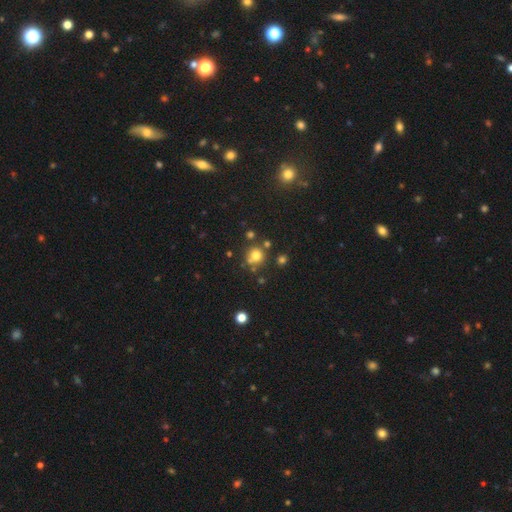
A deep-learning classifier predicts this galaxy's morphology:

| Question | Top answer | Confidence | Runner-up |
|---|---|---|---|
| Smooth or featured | smooth | 75% | star or artifact (16%) |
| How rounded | round | 90% | in between (9%) |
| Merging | none | 70% | merger (15%) |